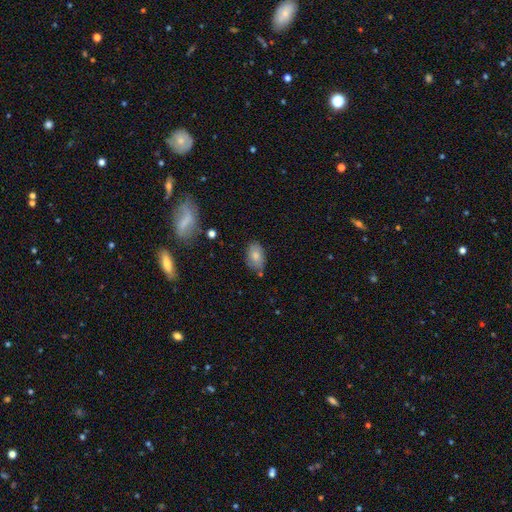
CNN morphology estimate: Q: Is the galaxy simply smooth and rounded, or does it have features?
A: smooth — 75%.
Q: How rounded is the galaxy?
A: in between — 88%.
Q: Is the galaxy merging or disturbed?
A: none — 67%.